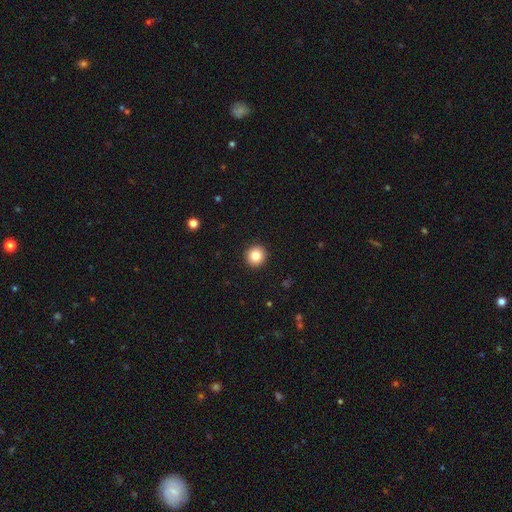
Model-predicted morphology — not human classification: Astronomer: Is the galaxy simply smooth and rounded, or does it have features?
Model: smooth — 85%.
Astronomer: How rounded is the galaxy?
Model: round — 94%.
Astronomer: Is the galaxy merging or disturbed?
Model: none — 93%.